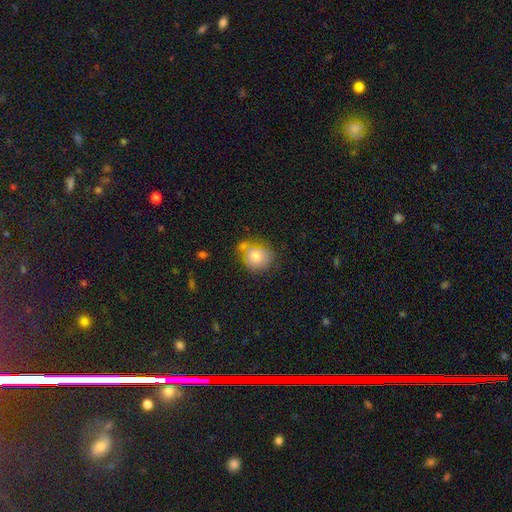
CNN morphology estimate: Smooth or featured?
  - smooth: 79% *
  - featured or disk: 13%
  - star or artifact: 8%
How rounded?
  - round: 79% *
  - in between: 20%
  - cigar-shaped: 1%
Merging?
  - none: 53% *
  - minor disturbance: 23%
  - merger: 16%
  - major disturbance: 8%